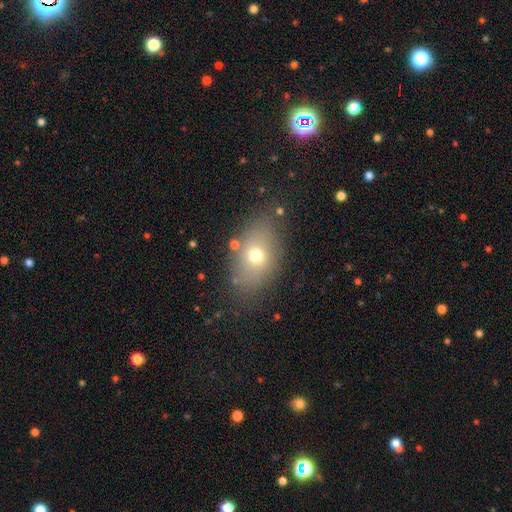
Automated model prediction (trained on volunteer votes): Smooth or featured: smooth — 67% (featured or disk — 19%)
How rounded: in between — 78% (round — 20%)
Merging: none — 78% (minor disturbance — 13%)